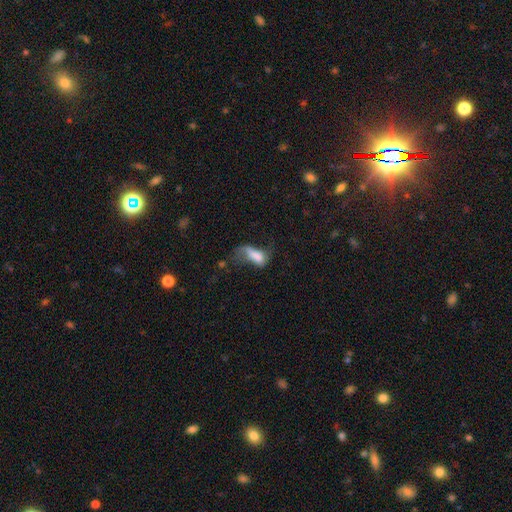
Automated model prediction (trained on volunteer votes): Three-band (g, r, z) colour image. It shows a smooth galaxy with no disk features (60%) that is in between round and cigar-shaped (81%). Merging: major disturbance (53%).